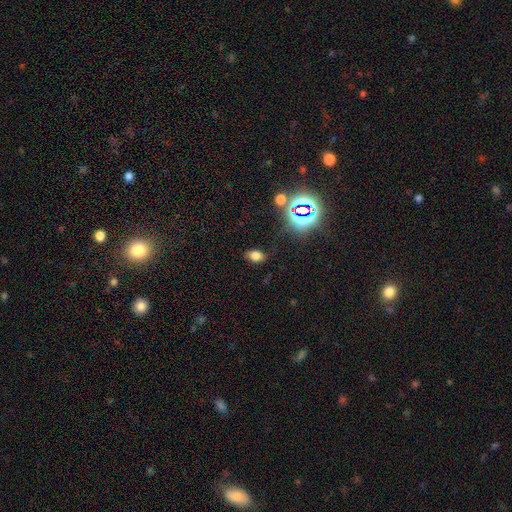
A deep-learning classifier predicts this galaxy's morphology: type=smooth (69%); roundness=in between (85%); merging=none (81%).